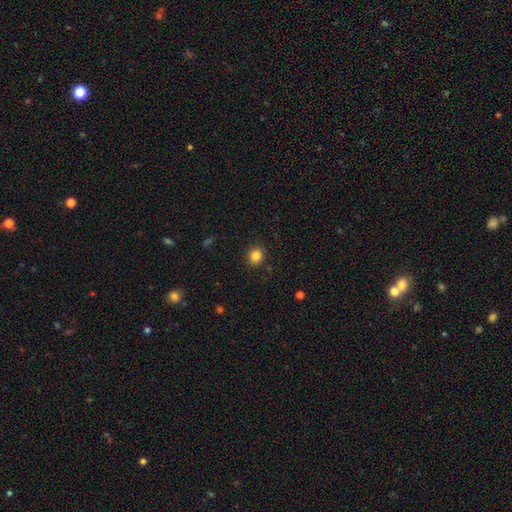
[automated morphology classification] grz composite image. It shows a smooth galaxy with no disk features (84%) that is round (77%). Merging: none (88%).